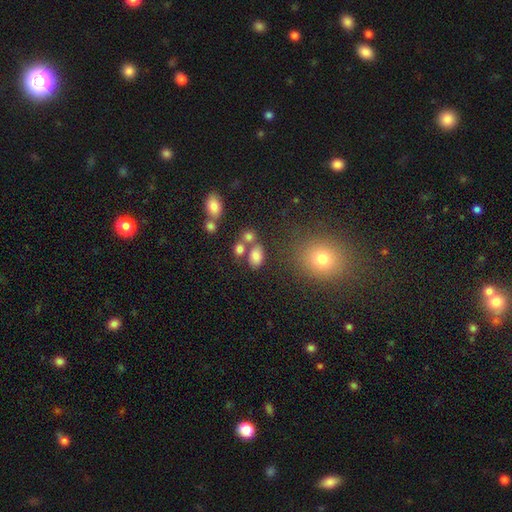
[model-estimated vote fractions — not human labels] The model was most divided on "merging": none: 56%, merger: 25%, minor disturbance: 13%, major disturbance: 6%. More confident: how rounded — in between (81%); smooth or featured — smooth (77%).